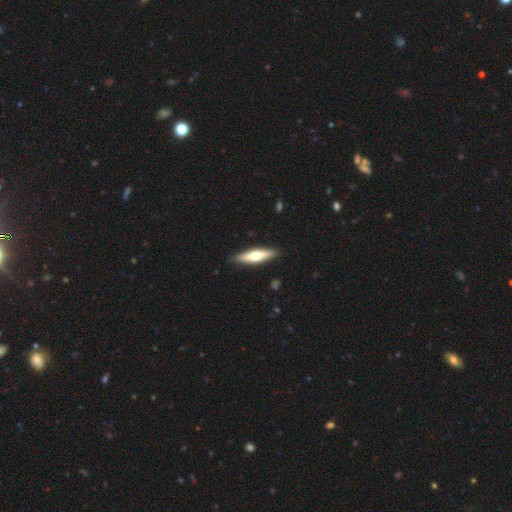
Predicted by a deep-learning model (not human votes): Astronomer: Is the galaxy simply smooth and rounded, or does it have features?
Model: featured or disk — 50% (runner-up: smooth, 46%).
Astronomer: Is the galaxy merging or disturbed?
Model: none — 89%.